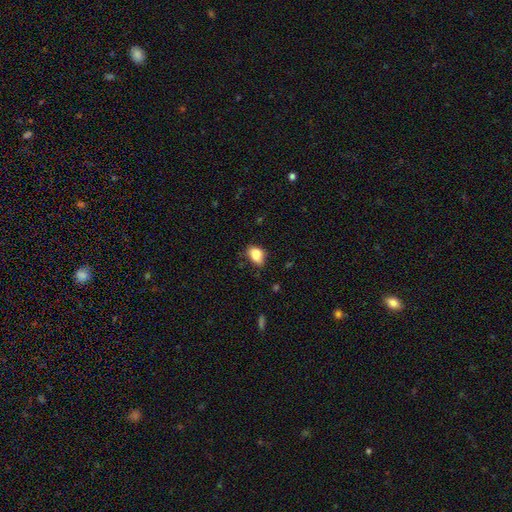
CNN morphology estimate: A smooth galaxy with no disk features (85%) that is in between round and cigar-shaped (76%). Merging: none (60%).